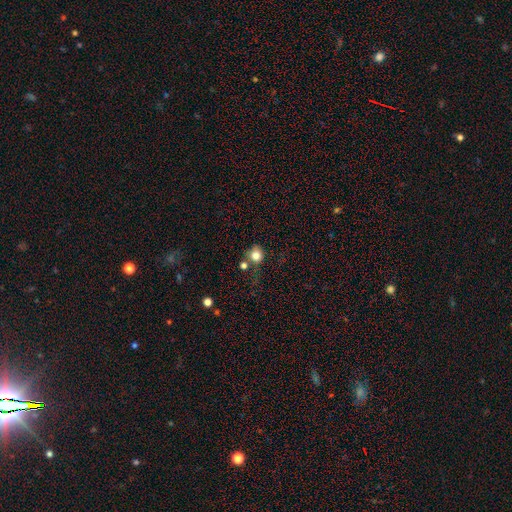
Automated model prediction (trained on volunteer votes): smooth_or_featured: smooth (p=0.81) [alt: star or artifact p=0.11]
how_rounded: round (p=0.81) [alt: in between p=0.17]
merging: none (p=0.54) [alt: minor disturbance p=0.19]